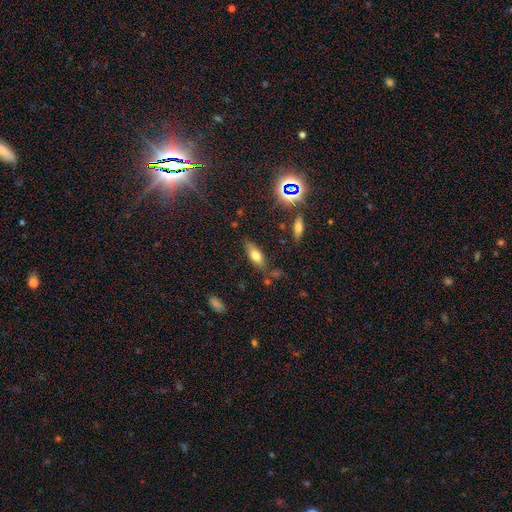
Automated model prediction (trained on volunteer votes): Overall: smooth (64%; featured or disk 24%). How rounded: in between (70%). Merging: none (72%).